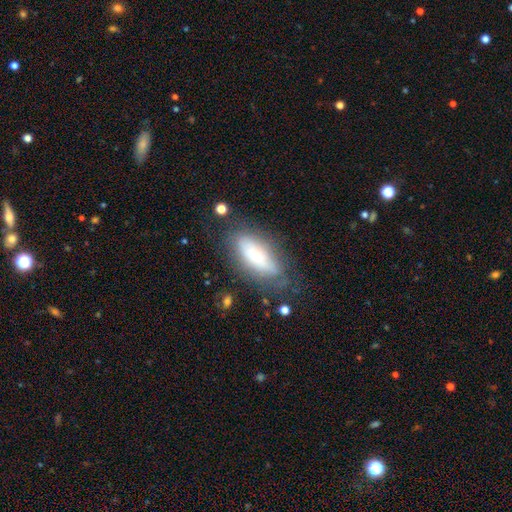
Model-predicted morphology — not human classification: Smooth or featured?
  - smooth: 52% *
  - featured or disk: 40%
  - star or artifact: 8%
How rounded?
  - in between: 72% *
  - cigar-shaped: 25%
  - round: 3%
Merging?
  - none: 64% *
  - minor disturbance: 23%
  - major disturbance: 10%
  - merger: 3%